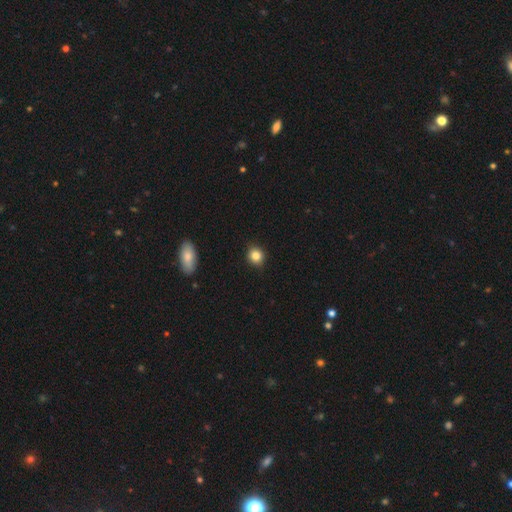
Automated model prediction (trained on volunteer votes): A smooth galaxy with no disk features (85%) that is round (77%).

Vote fractions:
- Smooth or featured? smooth: 85% / star or artifact: 10% / featured or disk: 5%
- How rounded? round: 77% / in between: 22% / cigar-shaped: 1%
- Merging? none: 88% / minor disturbance: 9% / major disturbance: 2% / merger: 1%